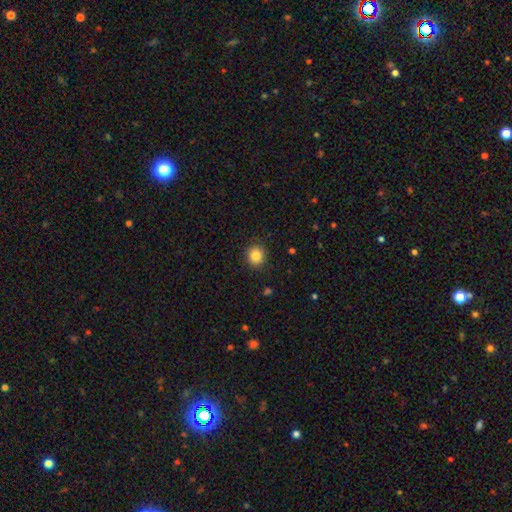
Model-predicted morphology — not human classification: This is clearly a smooth galaxy (85%). How rounded: clearly round (82%). Merging: clearly none (89%).